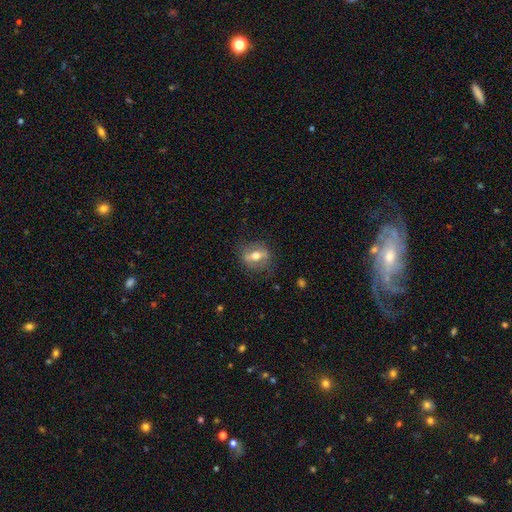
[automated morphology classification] This appears to be a featured or disk galaxy (50%). Merging: none (77%).